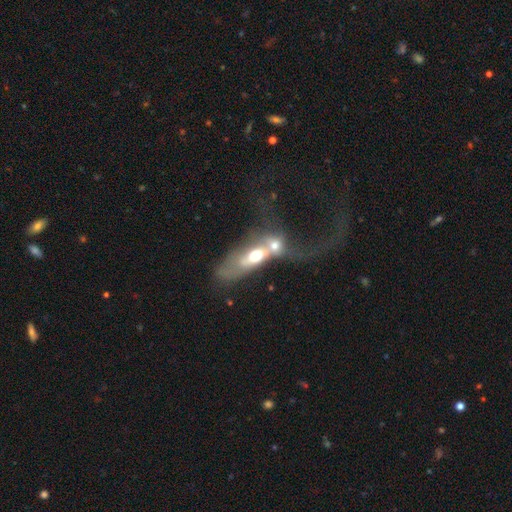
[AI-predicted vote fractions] The model was most divided on "smooth or featured" (2-way tie): smooth: 46%, featured or disk: 46%, star or artifact: 8%. More confident: merging — merger (72%).